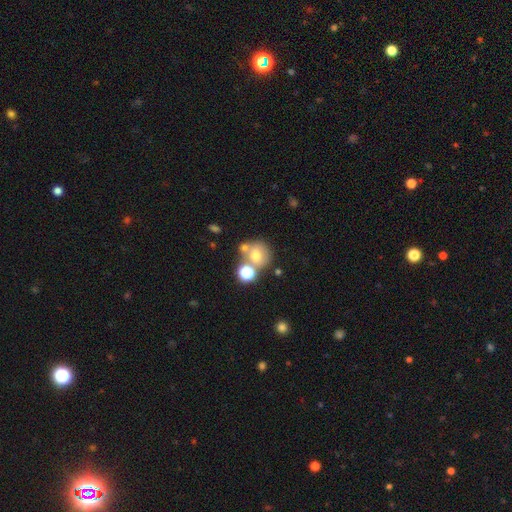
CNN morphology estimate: Smooth or featured?
  - smooth: 66% *
  - featured or disk: 18%
  - star or artifact: 16%
How rounded?
  - round: 82% *
  - in between: 17%
  - cigar-shaped: 1%
Merging?
  - none: 46% *
  - merger: 36%
  - minor disturbance: 12%
  - major disturbance: 7%